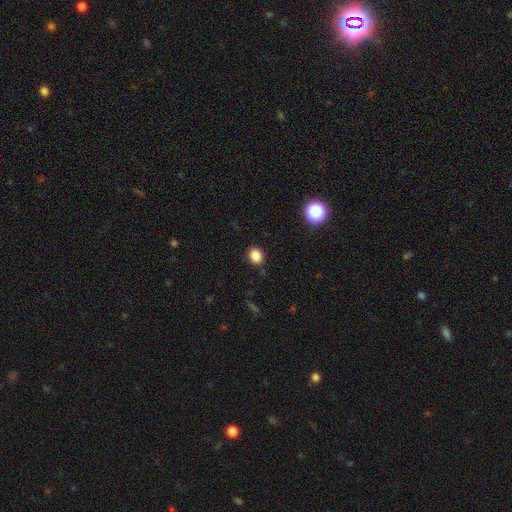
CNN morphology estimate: smooth-or-featured: smooth: 85% | star or artifact: 12% | featured or disk: 4%
  how-rounded: round: 60% | in between: 39% | cigar-shaped: 1%
  merging: none: 87% | minor disturbance: 10% | major disturbance: 2% | merger: 1%